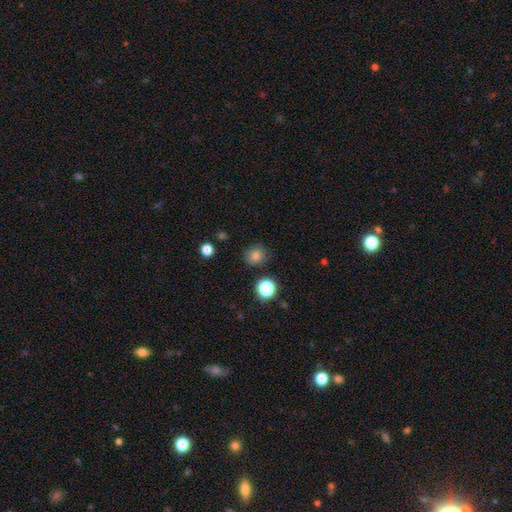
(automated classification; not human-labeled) The model was most divided on "how rounded": round: 80%, in between: 19%, cigar-shaped: 1%. More confident: merging — none (84%); smooth or featured — smooth (80%).